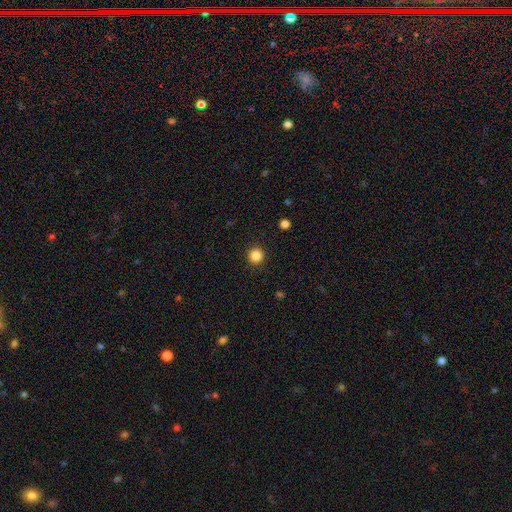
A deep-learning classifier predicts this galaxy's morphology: smooth_or_featured: smooth (p=0.85) [alt: star or artifact p=0.12]
how_rounded: round (p=0.95) [alt: in between p=0.04]
merging: none (p=0.92) [alt: minor disturbance p=0.05]